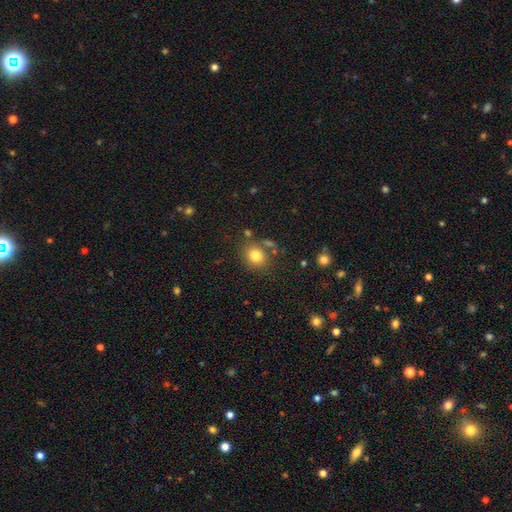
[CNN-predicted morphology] Overall: smooth (80%). How rounded: round (68%; in between 31%). Merging: none (73%).